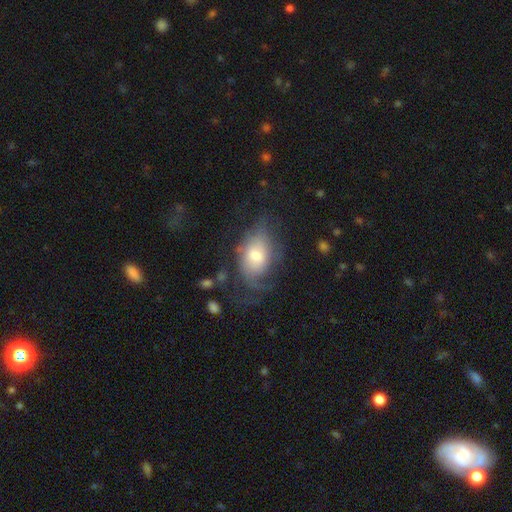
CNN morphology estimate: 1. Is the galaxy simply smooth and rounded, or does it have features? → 47% featured or disk, 45% smooth, 8% star or artifact.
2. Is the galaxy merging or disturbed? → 39% none, 34% major disturbance, 25% minor disturbance, 2% merger.